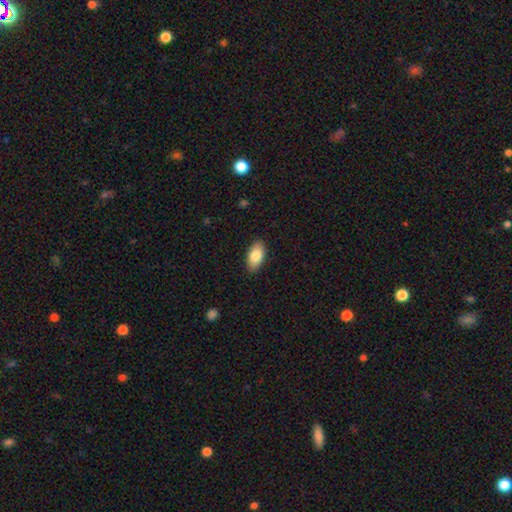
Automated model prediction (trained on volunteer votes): Smooth or featured: smooth — 83% (featured or disk — 10%)
How rounded: in between — 93% (cigar-shaped — 4%)
Merging: none — 88% (minor disturbance — 9%)